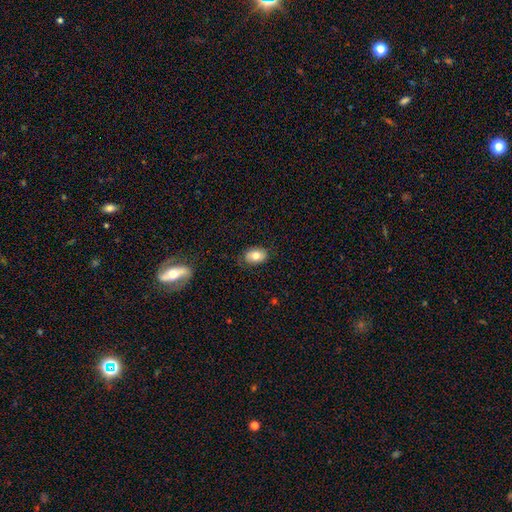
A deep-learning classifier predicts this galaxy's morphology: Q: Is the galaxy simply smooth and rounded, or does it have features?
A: smooth — 75%.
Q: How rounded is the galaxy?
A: in between — 85%.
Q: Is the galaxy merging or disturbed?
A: none — 80%.